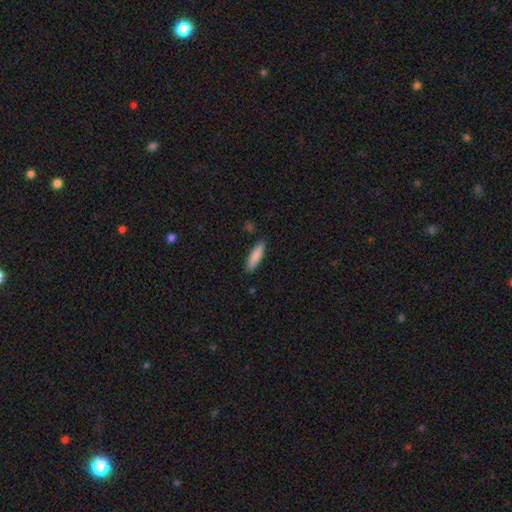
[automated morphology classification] smooth-or-featured: smooth: 86% | featured or disk: 8% | star or artifact: 6%
  how-rounded: cigar-shaped: 64% | in between: 35% | round: 1%
  merging: none: 88% | minor disturbance: 9% | major disturbance: 2% | merger: 1%